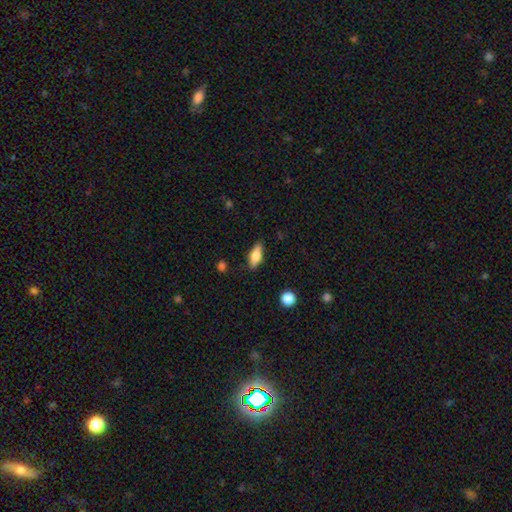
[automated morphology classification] Q: Smooth or featured?
A: smooth (76%); runner-up: featured or disk (17%)
Q: How rounded?
A: in between (76%); runner-up: cigar-shaped (21%)
Q: Merging?
A: none (84%); runner-up: minor disturbance (12%)